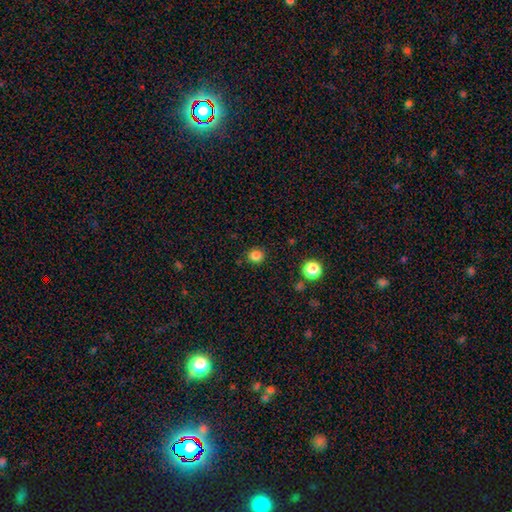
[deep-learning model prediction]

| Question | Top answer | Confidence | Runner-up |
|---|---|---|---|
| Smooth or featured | smooth | 83% | star or artifact (13%) |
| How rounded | round | 88% | in between (11%) |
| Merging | none | 89% | minor disturbance (7%) |